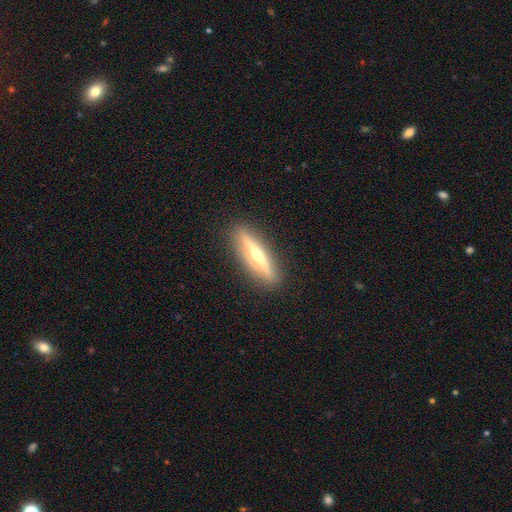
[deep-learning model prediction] Smooth or featured? featured or disk (68%)
Edge-on disk? yes (93%)
Edge-on bulge? rounded (92%)
Merging? none (90%)